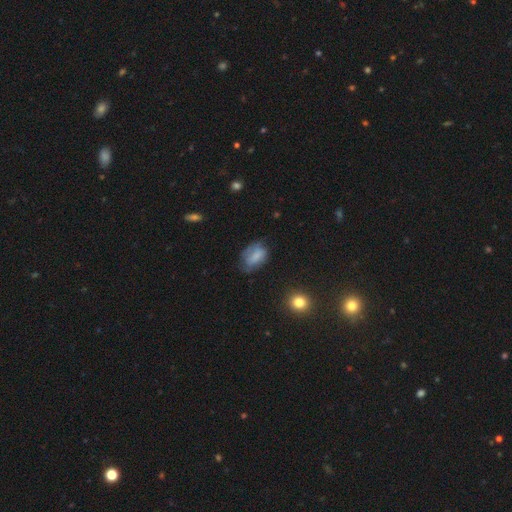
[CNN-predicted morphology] Q: Smooth or featured?
A: smooth (68%); runner-up: featured or disk (22%)
Q: How rounded?
A: in between (84%); runner-up: round (14%)
Q: Merging?
A: none (49%); runner-up: minor disturbance (33%)